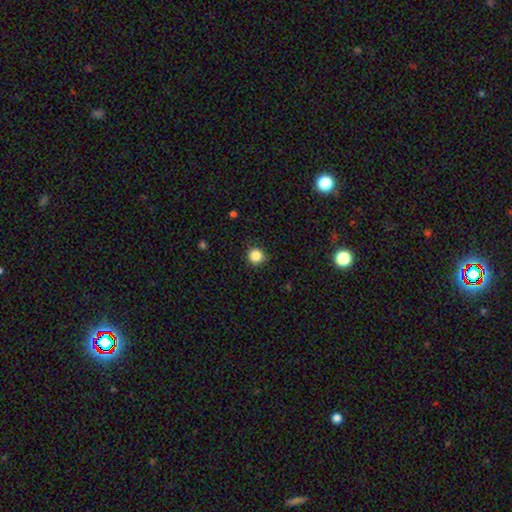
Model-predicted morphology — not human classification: This appears to be a smooth galaxy with no disk features (86%) that is round (94%). Merging: none (88%).